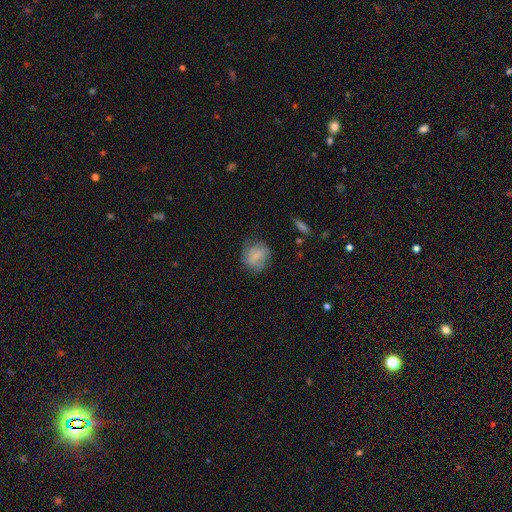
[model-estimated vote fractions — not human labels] The model was most divided on "smooth or featured": smooth: 54%, featured or disk: 36%, star or artifact: 9%. More confident: how rounded — round (72%); merging — none (63%).